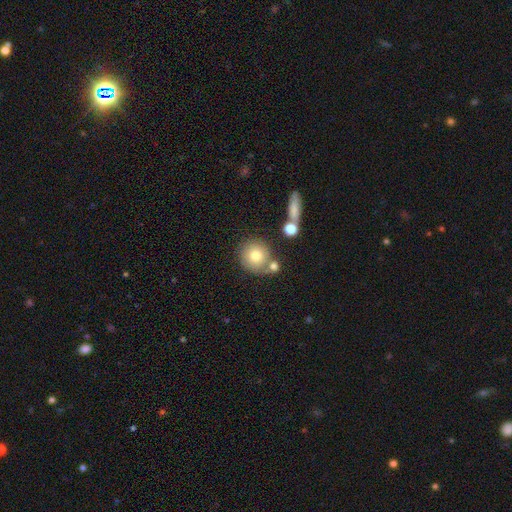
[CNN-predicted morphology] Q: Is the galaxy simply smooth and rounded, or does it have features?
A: smooth — 74%.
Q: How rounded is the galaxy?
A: round — 90%.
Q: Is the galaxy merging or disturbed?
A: none — 62%.